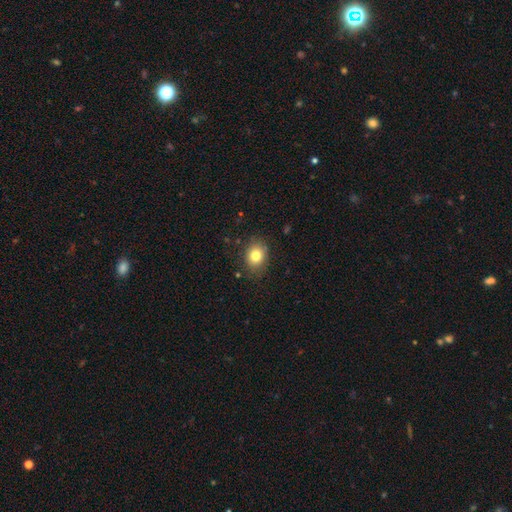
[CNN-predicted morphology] smooth_or_featured: smooth (p=0.79) [alt: star or artifact p=0.11]
how_rounded: round (p=0.53) [alt: in between p=0.47]
merging: none (p=0.83) [alt: minor disturbance p=0.12]